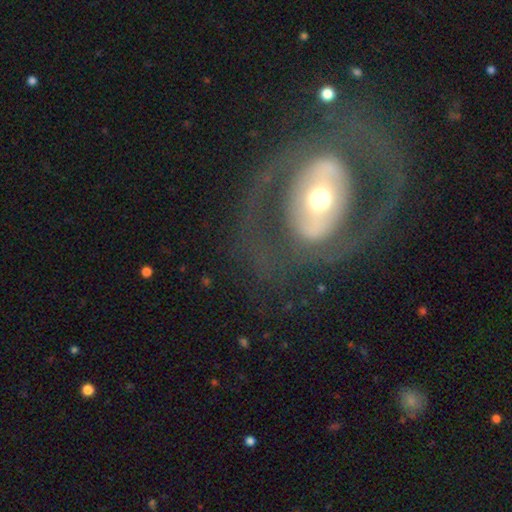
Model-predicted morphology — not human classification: Smooth or featured? featured or disk (79%)
Edge-on disk? no (94%)
Bar? no (38%)
Spiral arms? yes (57%)
Bulge size? moderate (64%)
Merging? none (73%)